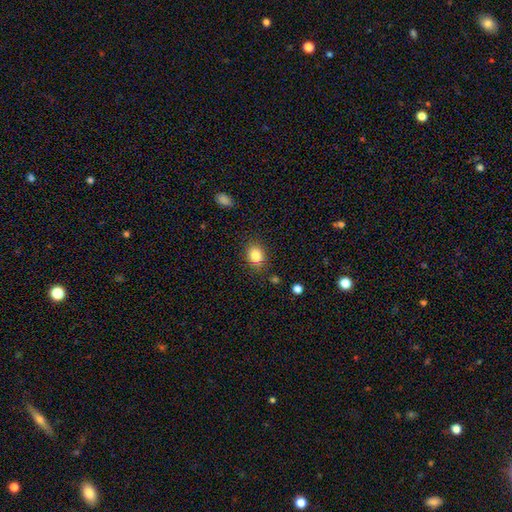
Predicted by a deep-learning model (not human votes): Smooth or featured?
  - smooth: 84% *
  - star or artifact: 10%
  - featured or disk: 6%
How rounded?
  - round: 54% *
  - in between: 45%
  - cigar-shaped: 1%
Merging?
  - none: 81% *
  - minor disturbance: 13%
  - major disturbance: 4%
  - merger: 3%